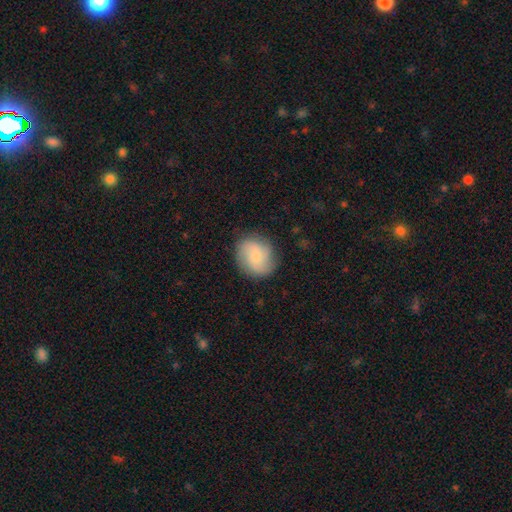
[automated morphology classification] smooth_or_featured: smooth (p=0.56) [alt: featured or disk p=0.37]
how_rounded: round (p=0.71) [alt: in between p=0.28]
merging: none (p=0.81) [alt: minor disturbance p=0.13]